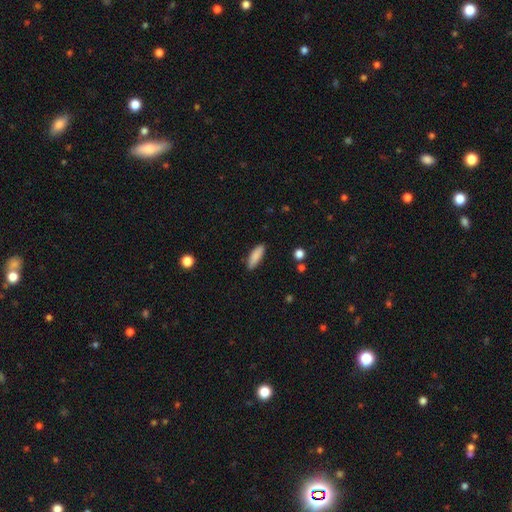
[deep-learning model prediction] smooth-or-featured: smooth: 87% | star or artifact: 6% | featured or disk: 6%
  how-rounded: in between: 52% | cigar-shaped: 46% | round: 2%
  merging: none: 87% | minor disturbance: 10% | major disturbance: 2% | merger: 1%